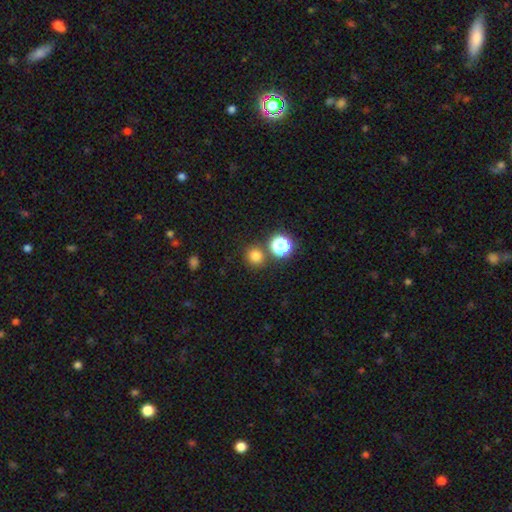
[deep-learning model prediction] Overall: smooth (77%). How rounded: round (91%). Merging: none (81%).